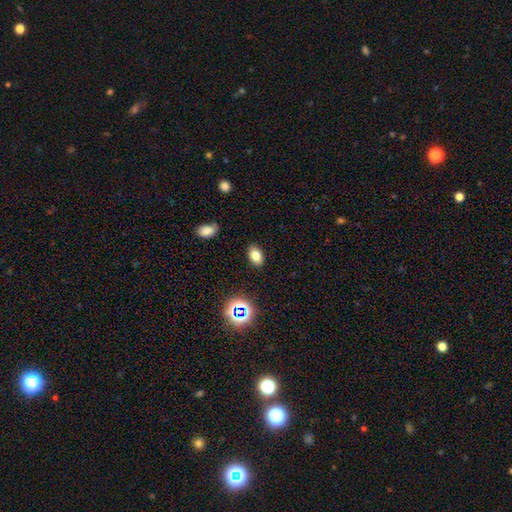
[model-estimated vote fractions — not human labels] smooth-or-featured: smooth: 75% | star or artifact: 14% | featured or disk: 10%
  how-rounded: in between: 88% | round: 10% | cigar-shaped: 2%
  merging: none: 87% | minor disturbance: 9% | major disturbance: 3% | merger: 1%